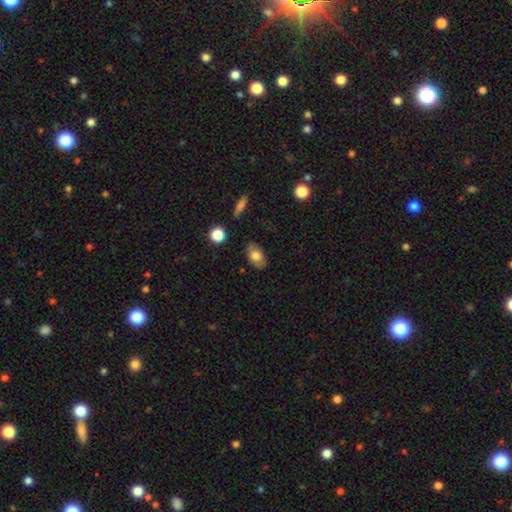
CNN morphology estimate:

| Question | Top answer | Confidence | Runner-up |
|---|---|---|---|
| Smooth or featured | smooth | 74% | featured or disk (18%) |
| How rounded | in between | 89% | round (9%) |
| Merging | none | 82% | minor disturbance (13%) |